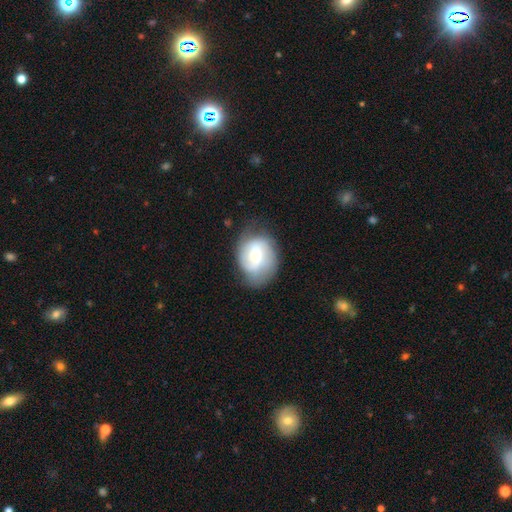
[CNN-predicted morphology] Smooth or featured? Predicted: featured or disk (p=0.60). Edge-on disk? Predicted: no (p=0.97). Bar? Predicted: no (p=0.52). Spiral arms? Predicted: yes (p=0.83). Bulge size? Predicted: moderate (p=0.48). Merging? Predicted: none (p=0.62).